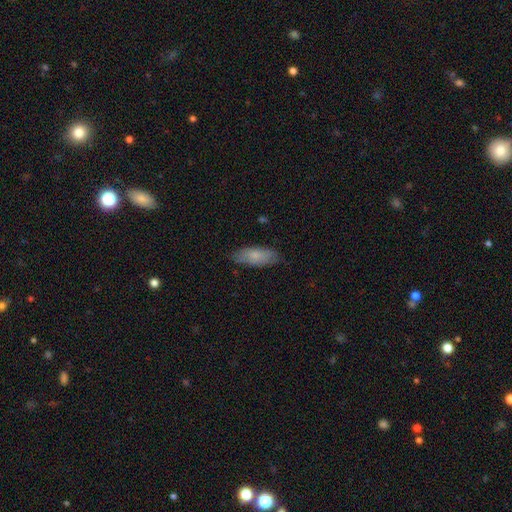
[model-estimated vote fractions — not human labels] A smooth galaxy with no disk features (75%) that is in between round and cigar-shaped (74%). Merging: none (77%).